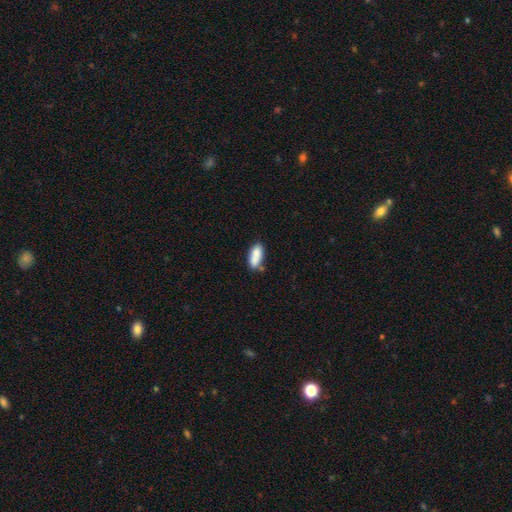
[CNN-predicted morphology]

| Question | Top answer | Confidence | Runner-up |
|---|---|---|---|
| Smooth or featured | smooth | 81% | featured or disk (12%) |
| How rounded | in between | 78% | cigar-shaped (19%) |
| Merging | none | 55% | minor disturbance (21%) |